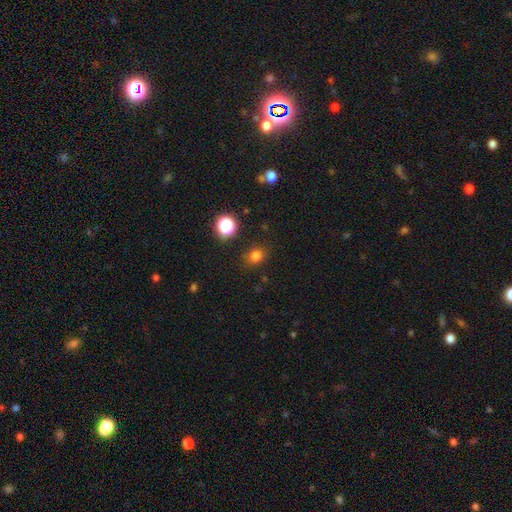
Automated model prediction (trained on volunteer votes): smooth_or_featured: smooth (p=0.77) [alt: star or artifact p=0.18]
how_rounded: round (p=0.64) [alt: in between p=0.35]
merging: none (p=0.80) [alt: minor disturbance p=0.13]